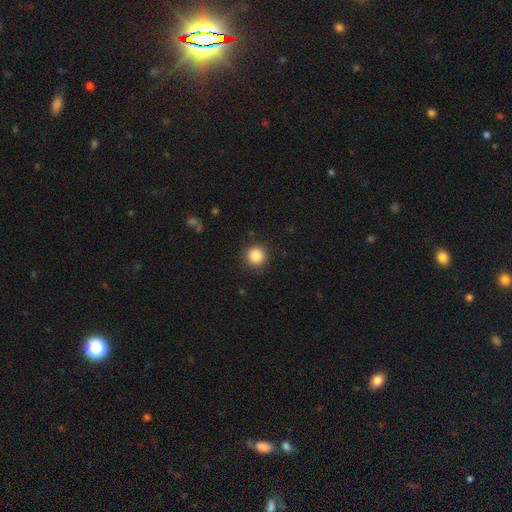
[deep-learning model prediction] Smooth or featured: smooth — 86% (star or artifact — 10%)
How rounded: round — 95% (in between — 4%)
Merging: none — 90% (minor disturbance — 6%)